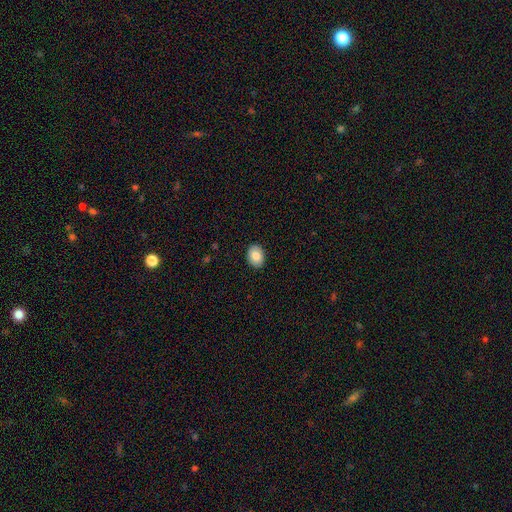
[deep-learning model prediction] smooth-or-featured: smooth: 81% | featured or disk: 12% | star or artifact: 7%
  how-rounded: in between: 68% | round: 31% | cigar-shaped: 1%
  merging: none: 91% | minor disturbance: 7% | major disturbance: 2% | merger: 1%